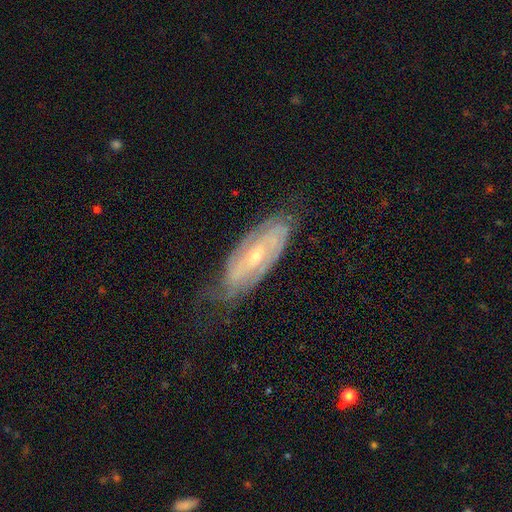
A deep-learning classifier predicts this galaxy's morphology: smooth-or-featured: featured or disk: 84% | smooth: 10% | star or artifact: 6%
  disk-edge-on: no: 90% | yes: 10%
    bar: no: 42% | weak: 39% | strong: 19%
    has-spiral-arms: yes: 95% | no: 5%
      spiral-winding: tight: 65% | medium: 28% | loose: 7%
      spiral-arm-count: 2: 42% | can't tell: 30% | 3: 13% | 4: 7% | more than 4: 4% | 1: 4%
    bulge-size: small: 68% | moderate: 28% | none: 1% | large: 1% | dominant: 1%
  merging: none: 67% | minor disturbance: 24% | major disturbance: 9% | merger: 1%